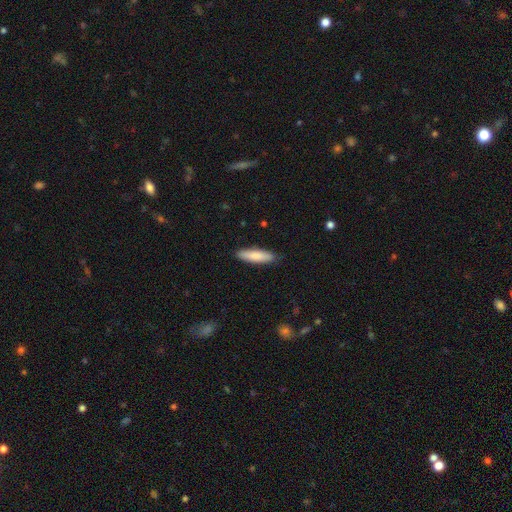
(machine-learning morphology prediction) Overall: smooth (84%). How rounded: cigar-shaped (67%; in between 32%). Merging: none (87%).